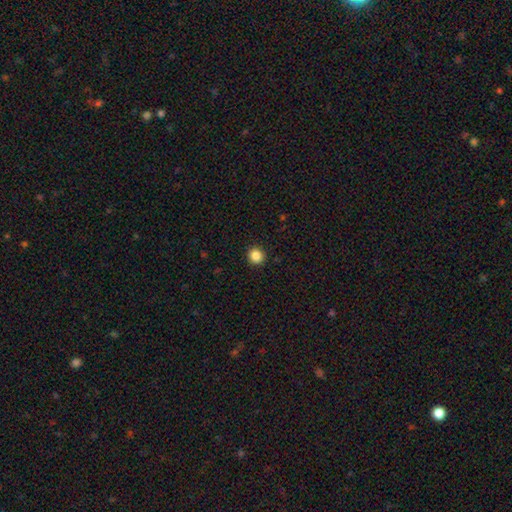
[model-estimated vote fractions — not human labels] smooth 86%, star or artifact 10%, featured or disk 3%. Down the decision tree: how rounded — round (92%); merging — none (93%).